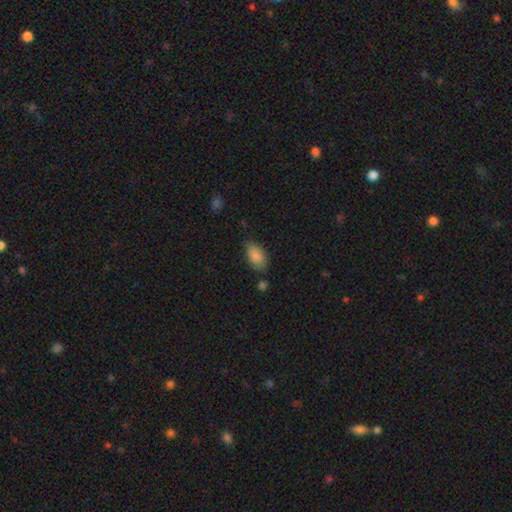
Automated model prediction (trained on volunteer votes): This appears to be a smooth galaxy with no disk features (85%) that is in between round and cigar-shaped (92%). Merging: none (71%).